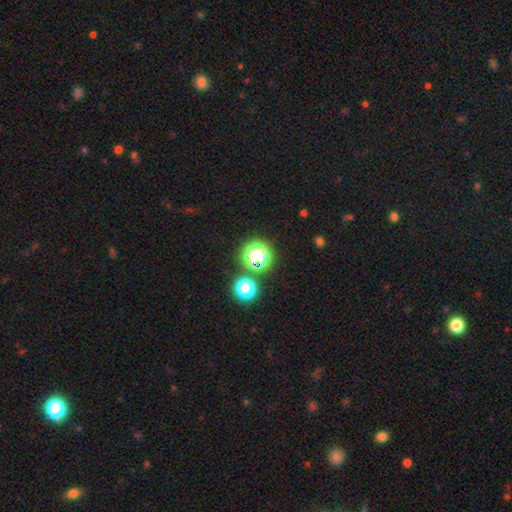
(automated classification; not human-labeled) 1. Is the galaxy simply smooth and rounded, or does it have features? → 51% star or artifact, 40% smooth, 10% featured or disk.